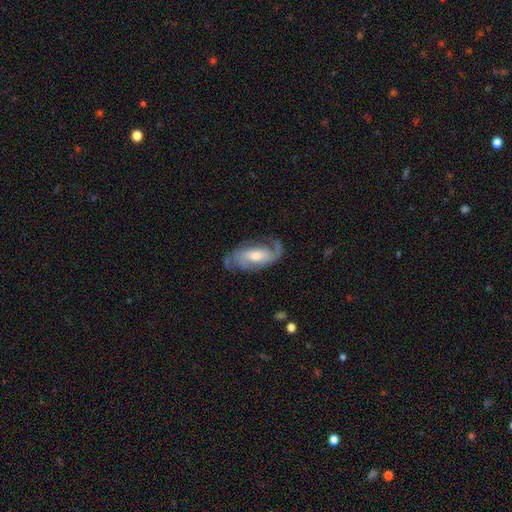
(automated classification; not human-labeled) This is clearly a featured or disk galaxy (81%). It is clearly not viewed edge-on (94%). Bar: possibly no (49%). Spiral arm pattern: clearly yes (94%). Spiral arm count: likely 2 (69%). Spiral winding: possibly medium (46%). Central bulge: possibly moderate (56%). Merging: likely none (64%).